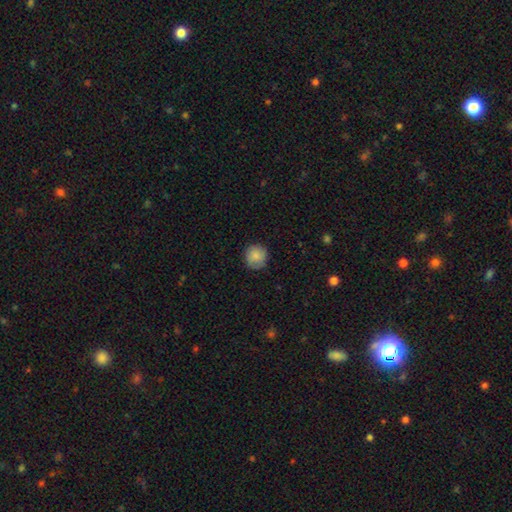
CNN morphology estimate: Smooth or featured?
  - smooth: 83% *
  - featured or disk: 10%
  - star or artifact: 7%
How rounded?
  - round: 92% *
  - in between: 7%
  - cigar-shaped: 1%
Merging?
  - none: 82% *
  - minor disturbance: 14%
  - major disturbance: 3%
  - merger: 1%